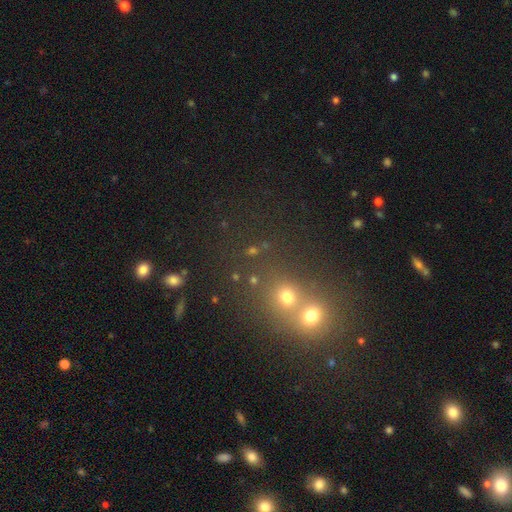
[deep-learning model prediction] A star or artifact, not a galaxy (44%).